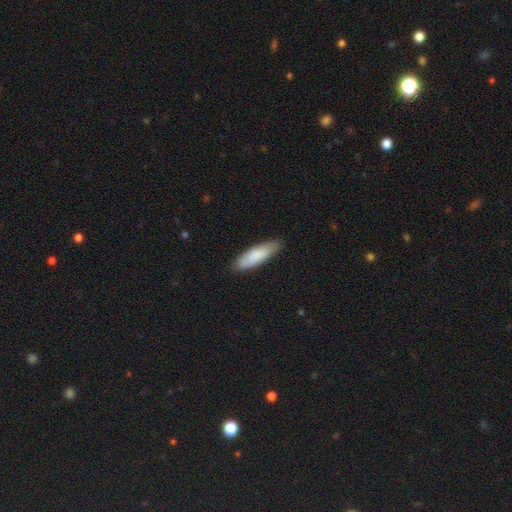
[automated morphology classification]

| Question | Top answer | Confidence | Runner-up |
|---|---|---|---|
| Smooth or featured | smooth | 83% | featured or disk (12%) |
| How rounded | cigar-shaped | 51% | in between (48%) |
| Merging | none | 84% | minor disturbance (13%) |